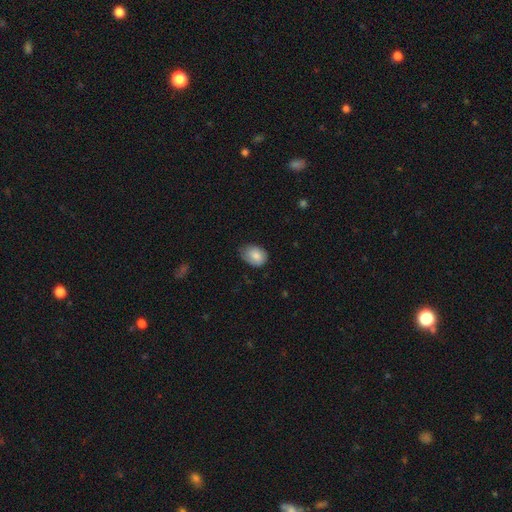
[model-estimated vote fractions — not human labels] Smooth or featured?
  - smooth: 82% *
  - featured or disk: 11%
  - star or artifact: 7%
How rounded?
  - in between: 73% *
  - round: 26%
  - cigar-shaped: 1%
Merging?
  - none: 61% *
  - minor disturbance: 32%
  - major disturbance: 6%
  - merger: 1%